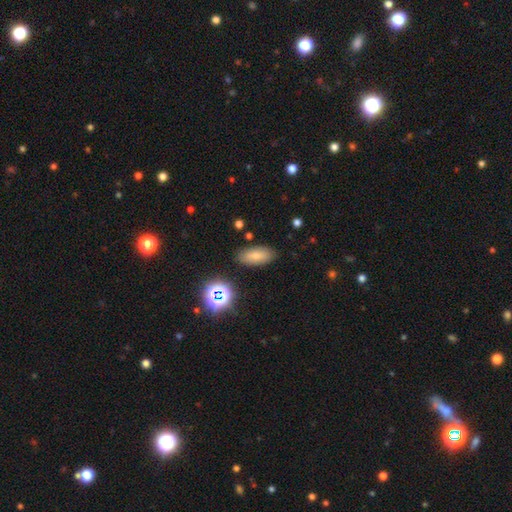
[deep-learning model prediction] The model was most divided on "smooth or featured": smooth: 75%, star or artifact: 12%, featured or disk: 12%. More confident: merging — none (86%); how rounded — in between (85%).